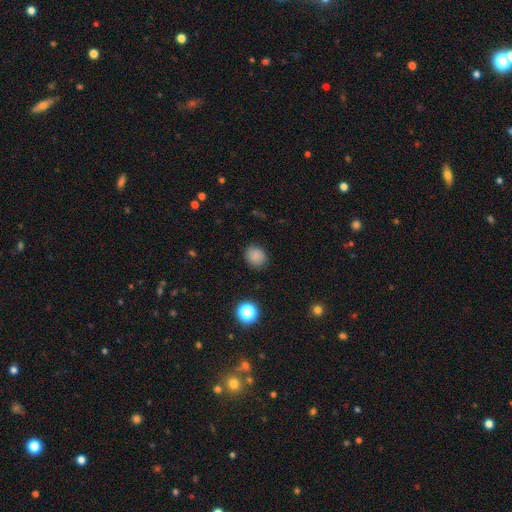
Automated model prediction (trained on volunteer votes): Overall: smooth (83%). How rounded: round (73%). Merging: none (86%).